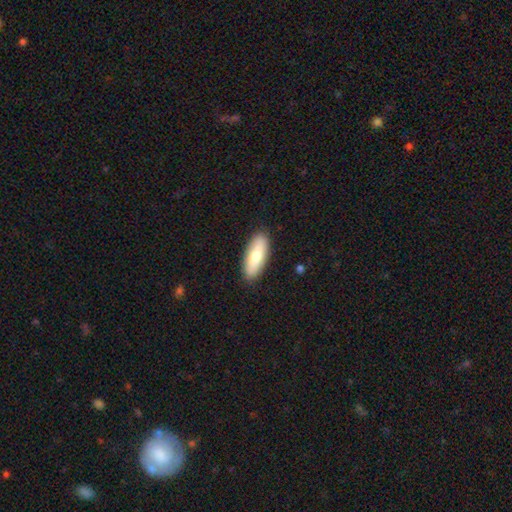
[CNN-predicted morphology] A smooth galaxy with no disk features (73%) that is in between round and cigar-shaped (68%).

Vote fractions:
- Smooth or featured? smooth: 73% / featured or disk: 22% / star or artifact: 5%
- How rounded? in between: 68% / cigar-shaped: 30% / round: 2%
- Merging? none: 88% / minor disturbance: 9% / major disturbance: 2% / merger: 1%